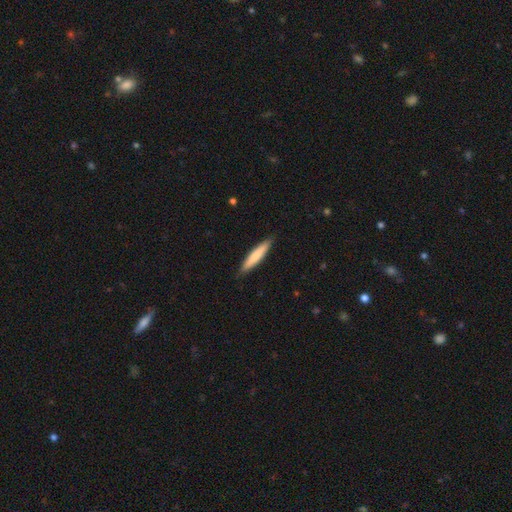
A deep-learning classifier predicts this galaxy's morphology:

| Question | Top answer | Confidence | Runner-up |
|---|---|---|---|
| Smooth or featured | smooth | 77% | featured or disk (18%) |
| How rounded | cigar-shaped | 89% | in between (10%) |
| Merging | none | 89% | minor disturbance (9%) |